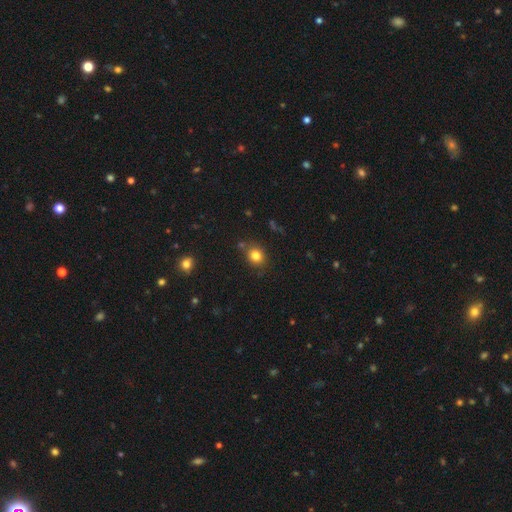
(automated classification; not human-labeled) Smooth or featured?
  - smooth: 81% *
  - star or artifact: 13%
  - featured or disk: 7%
How rounded?
  - round: 70% *
  - in between: 30%
  - cigar-shaped: 1%
Merging?
  - none: 78% *
  - minor disturbance: 12%
  - merger: 6%
  - major disturbance: 3%